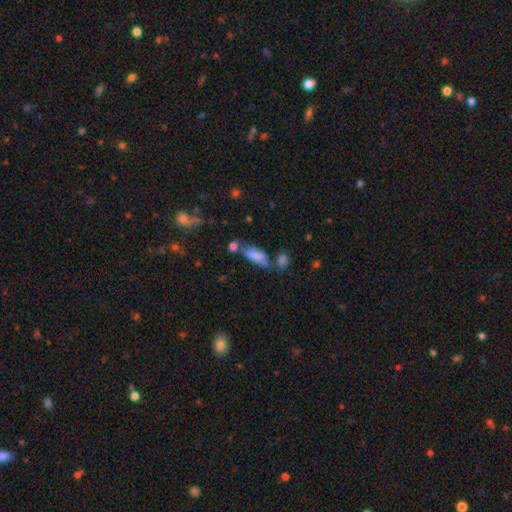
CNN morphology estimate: type=smooth (77%); roundness=in between (67%); merging=none (45%).